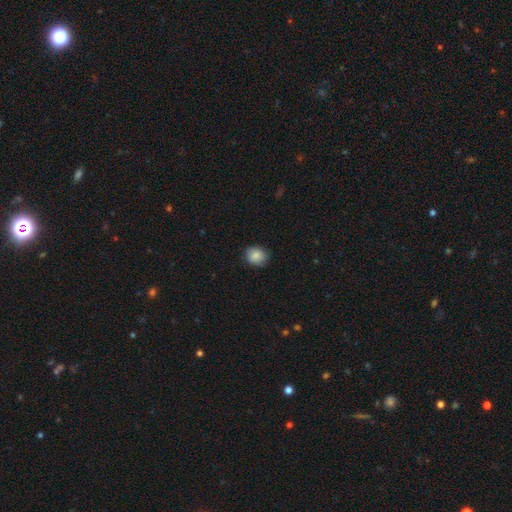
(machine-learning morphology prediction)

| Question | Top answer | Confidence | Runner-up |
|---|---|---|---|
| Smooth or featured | smooth | 85% | star or artifact (8%) |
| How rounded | round | 70% | in between (30%) |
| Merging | none | 83% | minor disturbance (14%) |